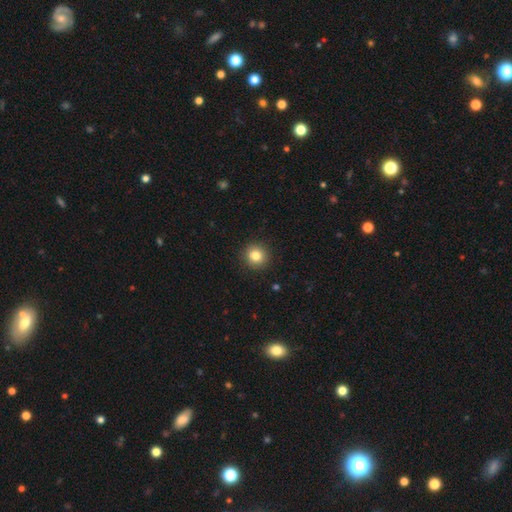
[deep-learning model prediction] smooth 82%, star or artifact 11%, featured or disk 7%. Down the decision tree: how rounded — round (93%); merging — none (92%).